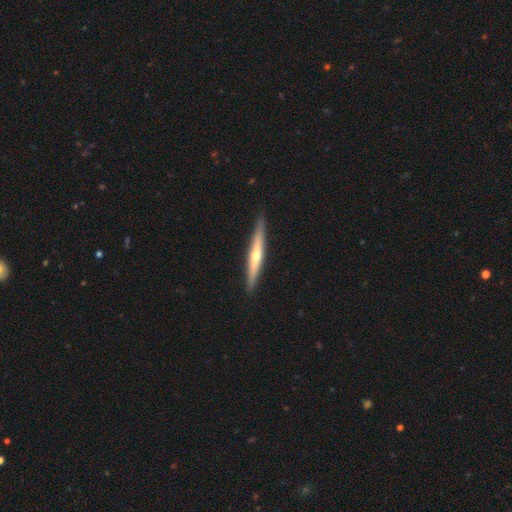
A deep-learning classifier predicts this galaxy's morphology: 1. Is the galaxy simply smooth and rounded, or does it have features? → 63% featured or disk, 32% smooth, 5% star or artifact.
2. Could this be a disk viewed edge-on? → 96% yes, 4% no.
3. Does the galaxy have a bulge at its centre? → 76% rounded, 20% none, 4% boxy.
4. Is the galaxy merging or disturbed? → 91% none, 6% minor disturbance, 1% major disturbance, 1% merger.